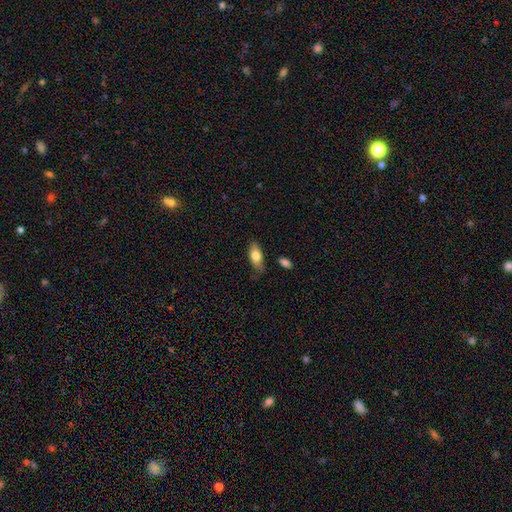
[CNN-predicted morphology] The model was most divided on "merging": none: 69%, minor disturbance: 22%, major disturbance: 5%, merger: 4%. More confident: how rounded — in between (85%); smooth or featured — smooth (75%).